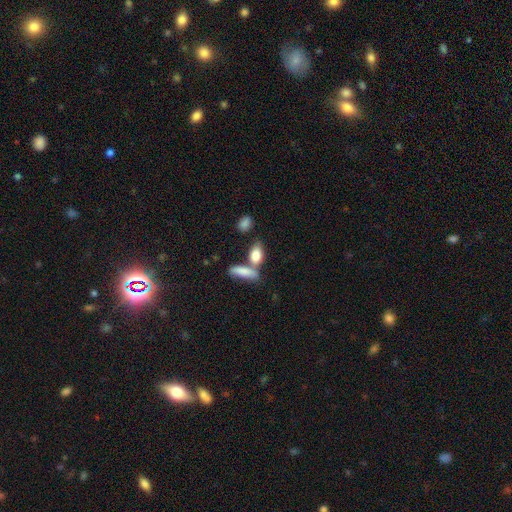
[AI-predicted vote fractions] Q: Smooth or featured?
A: smooth (81%); runner-up: featured or disk (12%)
Q: How rounded?
A: in between (75%); runner-up: cigar-shaped (18%)
Q: Merging?
A: none (47%); runner-up: merger (36%)